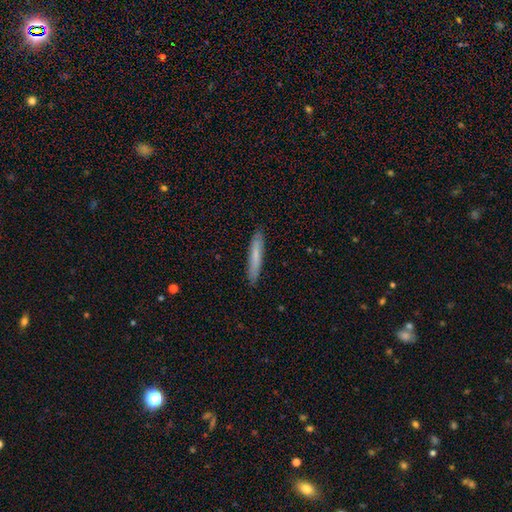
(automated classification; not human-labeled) Morphology: type=smooth (69%); roundness=cigar-shaped (93%); merging=none (89%).